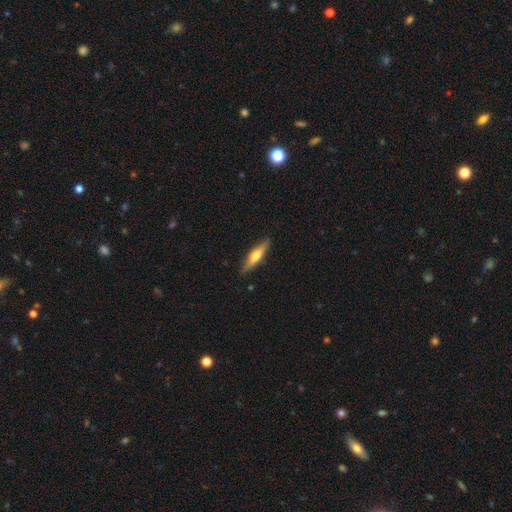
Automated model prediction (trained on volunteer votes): Q: Smooth or featured?
A: featured or disk (47%); tied with: smooth (47%)
Q: Merging?
A: none (88%); runner-up: minor disturbance (9%)